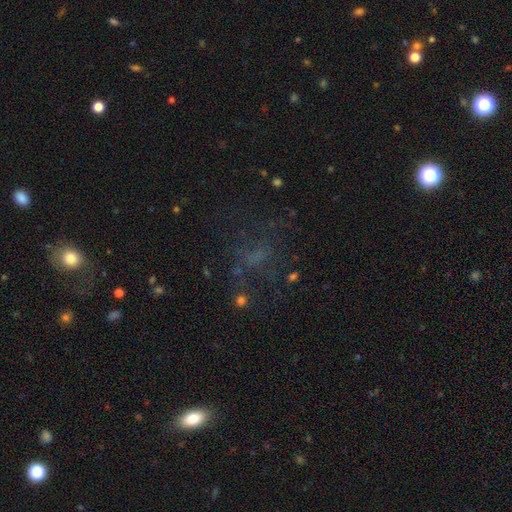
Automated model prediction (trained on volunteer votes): Q: Smooth or featured?
A: star or artifact (38%); runner-up: smooth (33%)